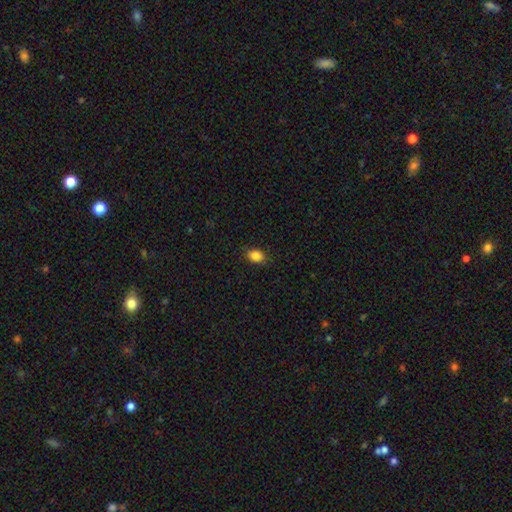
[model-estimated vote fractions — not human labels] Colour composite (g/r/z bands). It shows a smooth galaxy with no disk features (87%) that is in between round and cigar-shaped (73%). Merging: none (85%).